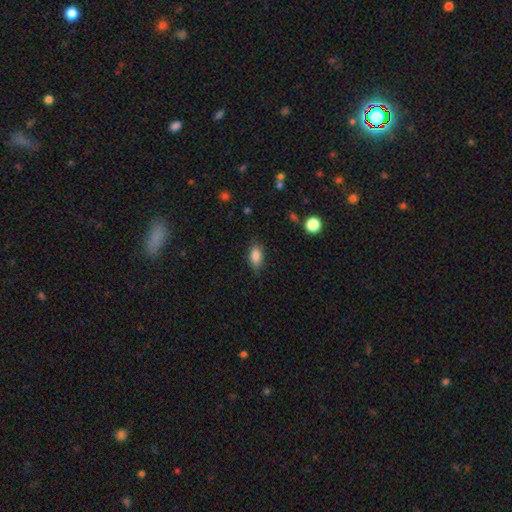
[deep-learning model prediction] Smooth or featured? smooth (85%)
How rounded? in between (86%)
Merging? none (78%)